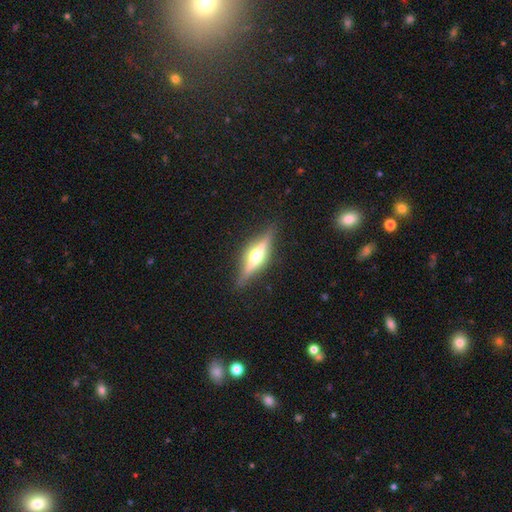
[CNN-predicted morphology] type=featured or disk (75%); edge-on=yes (96%); edge-on bulge=rounded (92%); merging=none (88%).